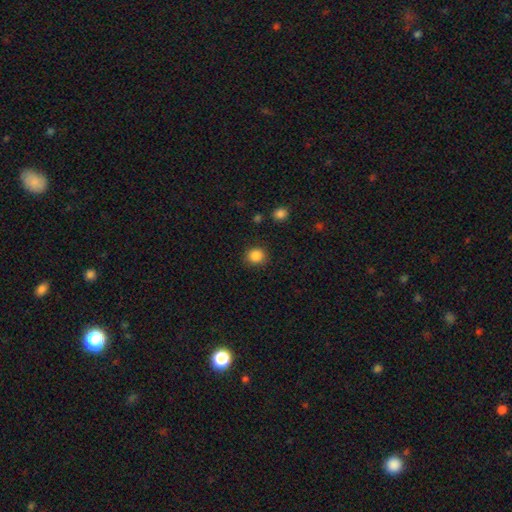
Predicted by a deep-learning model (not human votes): smooth_or_featured: smooth (p=0.86) [alt: star or artifact p=0.10]
how_rounded: round (p=0.84) [alt: in between p=0.15]
merging: none (p=0.87) [alt: minor disturbance p=0.09]